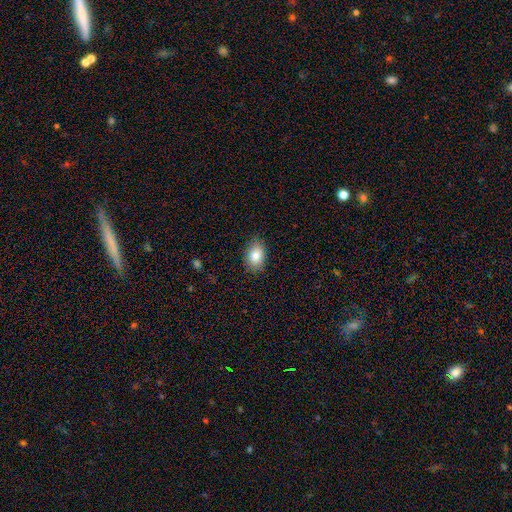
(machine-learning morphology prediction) Smooth or featured?
  - smooth: 84% *
  - featured or disk: 8%
  - star or artifact: 8%
How rounded?
  - in between: 83% *
  - round: 16%
  - cigar-shaped: 1%
Merging?
  - none: 84% *
  - minor disturbance: 12%
  - major disturbance: 3%
  - merger: 1%